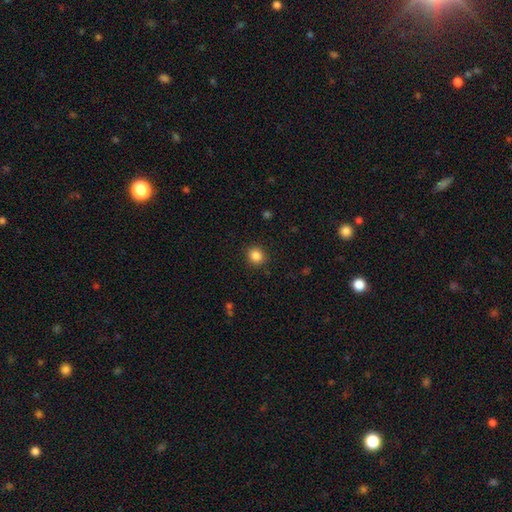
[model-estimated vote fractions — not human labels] Smooth or featured? Predicted: smooth (p=0.86). How rounded? Predicted: round (p=0.82). Merging? Predicted: none (p=0.90).